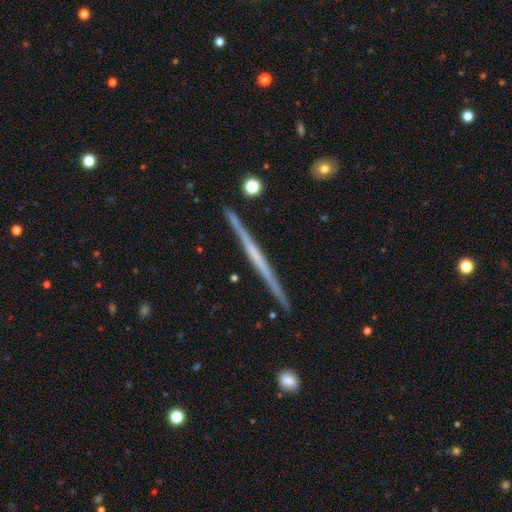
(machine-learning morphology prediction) This appears to be a featured or disk galaxy (69%) viewed edge-on (98%) with no central bulge (84%). Merging: none (91%).